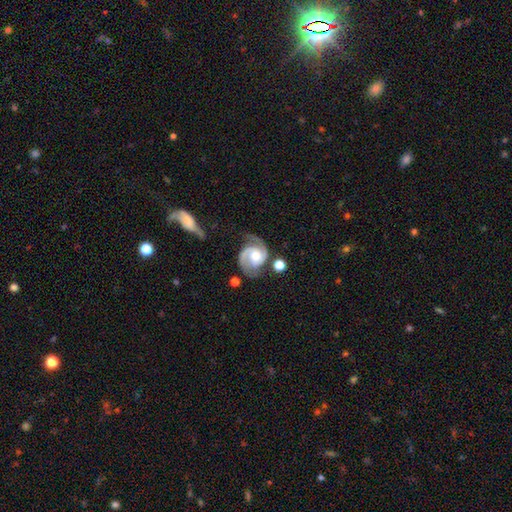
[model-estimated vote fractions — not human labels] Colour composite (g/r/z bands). It shows a featured or disk galaxy (89%) with no bar (63%), 2 (89%) medium (49%) spiral arms (98%) and a moderate central bulge (60%). Merging: none (63%).